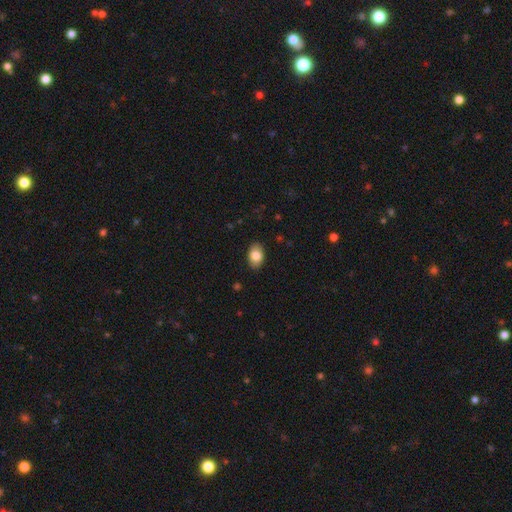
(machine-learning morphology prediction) type=smooth (83%); roundness=in between (87%); merging=none (88%).